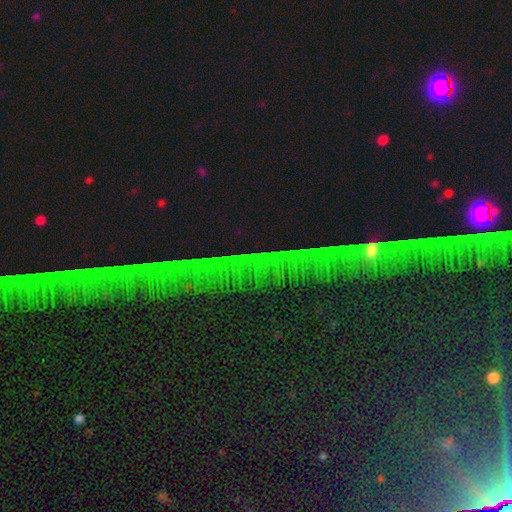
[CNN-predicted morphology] The model was most divided on "smooth or featured": star or artifact: 83%, featured or disk: 9%, smooth: 8%.